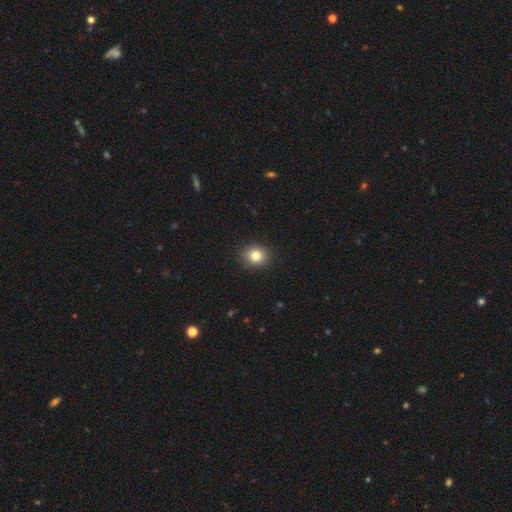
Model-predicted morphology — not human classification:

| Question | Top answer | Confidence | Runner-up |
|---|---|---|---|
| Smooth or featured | smooth | 82% | star or artifact (11%) |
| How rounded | round | 69% | in between (31%) |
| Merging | none | 90% | minor disturbance (7%) |